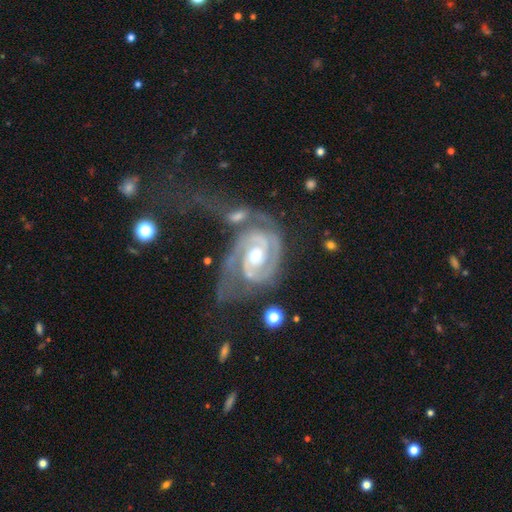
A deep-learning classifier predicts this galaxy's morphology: This appears to be a featured or disk galaxy (91%) with no bar (54%), 2 (75%) tight (54%) spiral arms (96%) and a moderate central bulge (76%). Merging: none (34%).